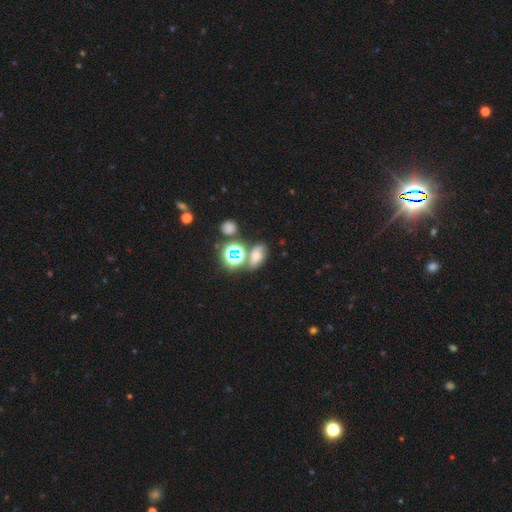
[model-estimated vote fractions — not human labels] Q: Smooth or featured?
A: smooth (50%); runner-up: star or artifact (33%)
Q: Merging?
A: none (59%); runner-up: merger (18%)